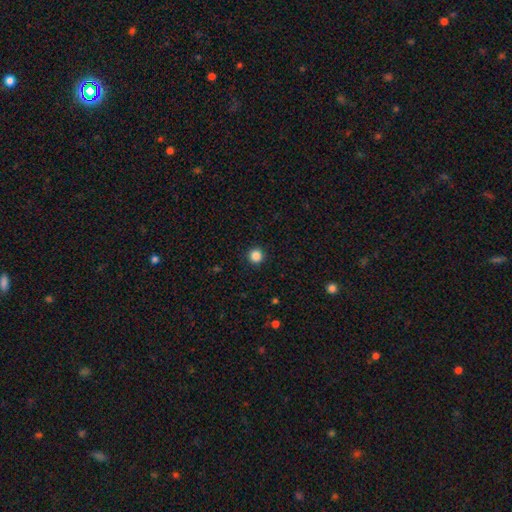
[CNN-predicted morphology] Q: Smooth or featured?
A: smooth (86%); runner-up: star or artifact (11%)
Q: How rounded?
A: round (96%); runner-up: in between (4%)
Q: Merging?
A: none (93%); runner-up: minor disturbance (5%)